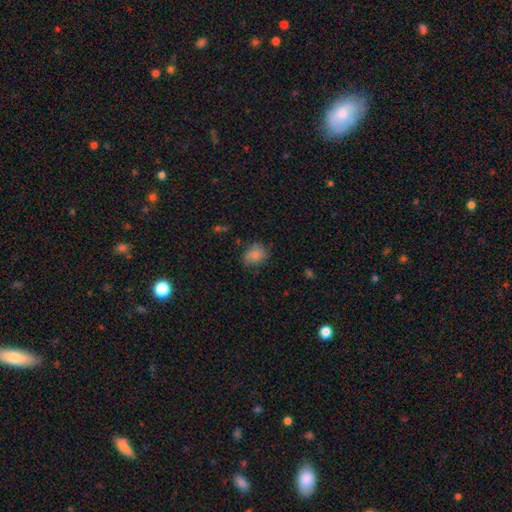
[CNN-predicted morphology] type=smooth (82%); roundness=in between (52%); merging=none (69%).